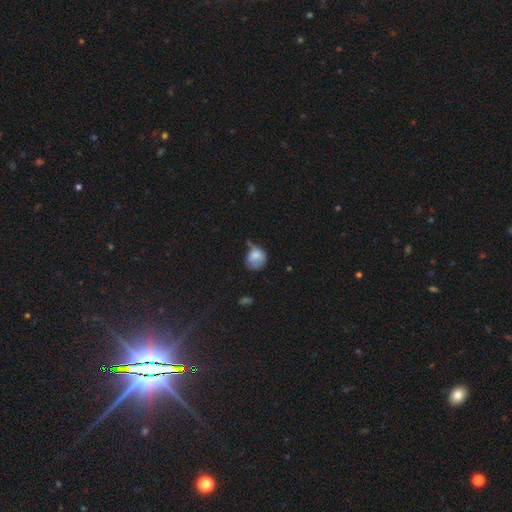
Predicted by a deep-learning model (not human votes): A smooth galaxy with no disk features (73%) that is round (69%).

Vote fractions:
- Smooth or featured? smooth: 73% / featured or disk: 18% / star or artifact: 9%
- How rounded? round: 69% / in between: 30% / cigar-shaped: 1%
- Merging? minor disturbance: 34% / none: 32% / major disturbance: 21% / merger: 12%